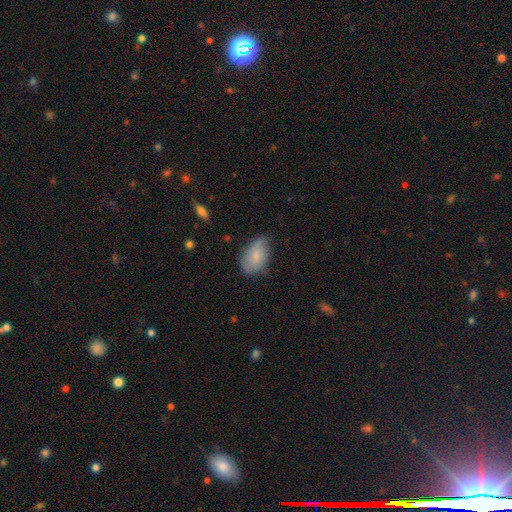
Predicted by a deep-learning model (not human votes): smooth-or-featured: smooth: 75% | featured or disk: 18% | star or artifact: 7%
  how-rounded: in between: 92% | round: 7% | cigar-shaped: 2%
  merging: none: 65% | minor disturbance: 29% | major disturbance: 5% | merger: 1%